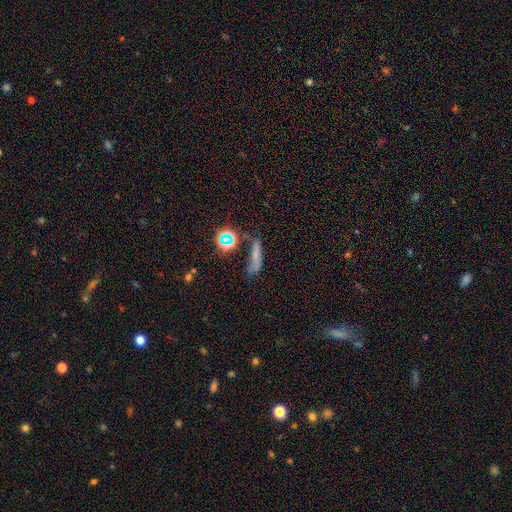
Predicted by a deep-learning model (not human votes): Smooth or featured? Predicted: smooth (p=0.55). How rounded? Predicted: cigar-shaped (p=0.63). Merging? Predicted: none (p=0.48).